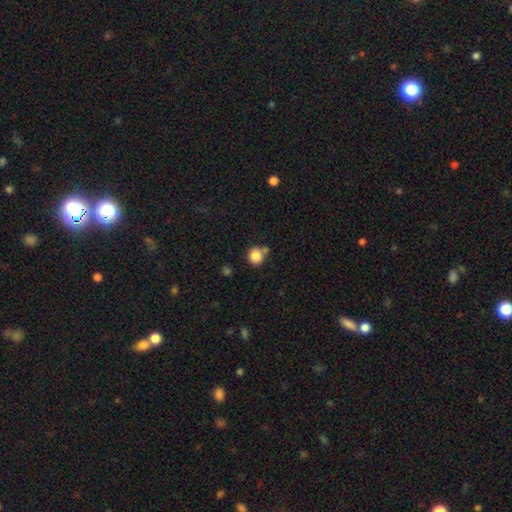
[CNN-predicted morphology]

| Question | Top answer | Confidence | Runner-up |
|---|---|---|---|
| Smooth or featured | smooth | 85% | star or artifact (10%) |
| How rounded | round | 88% | in between (11%) |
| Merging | none | 64% | merger (18%) |